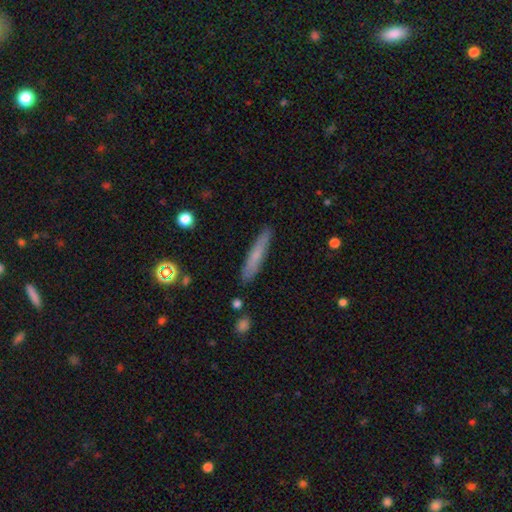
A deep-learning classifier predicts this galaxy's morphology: Smooth or featured? smooth (65%)
How rounded? cigar-shaped (93%)
Merging? none (88%)